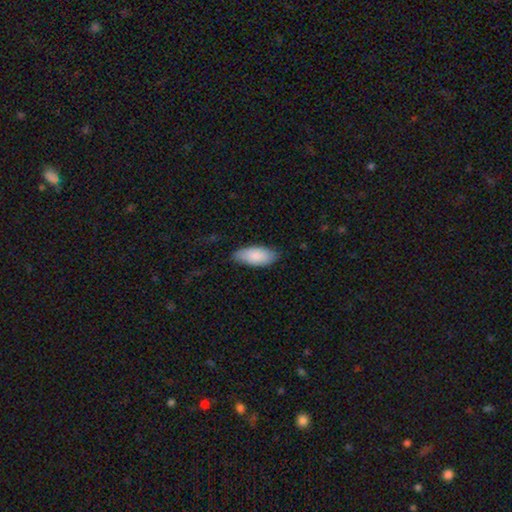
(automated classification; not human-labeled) A smooth galaxy with no disk features (88%) that is in between round and cigar-shaped (89%).

Vote fractions:
- Smooth or featured? smooth: 88% / featured or disk: 7% / star or artifact: 6%
- How rounded? in between: 89% / cigar-shaped: 10% / round: 2%
- Merging? none: 78% / minor disturbance: 18% / major disturbance: 3% / merger: 1%